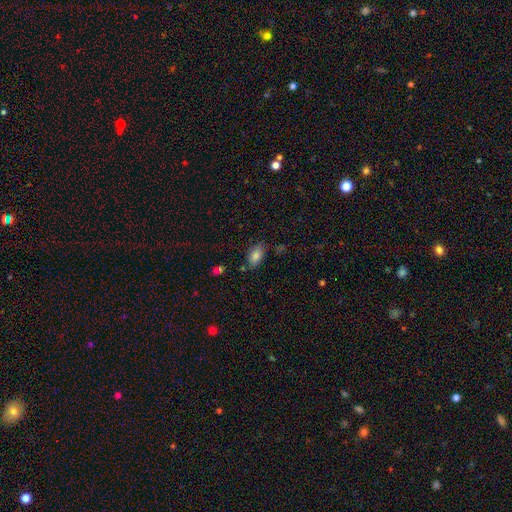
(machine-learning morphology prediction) type=smooth (82%); roundness=in between (91%); merging=none (76%).